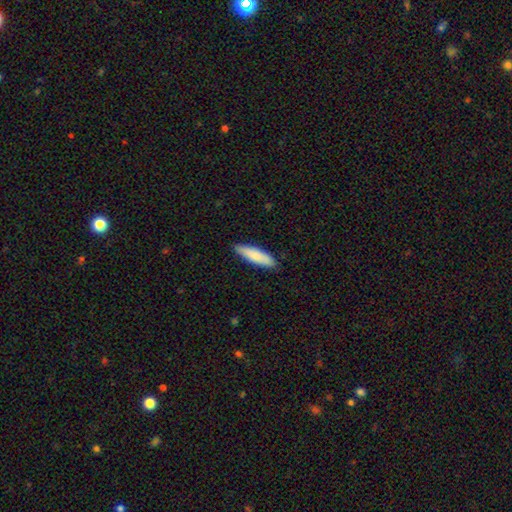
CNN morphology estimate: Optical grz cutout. It shows a smooth galaxy with no disk features (83%) that is cigar-shaped (68%). Merging: none (86%).